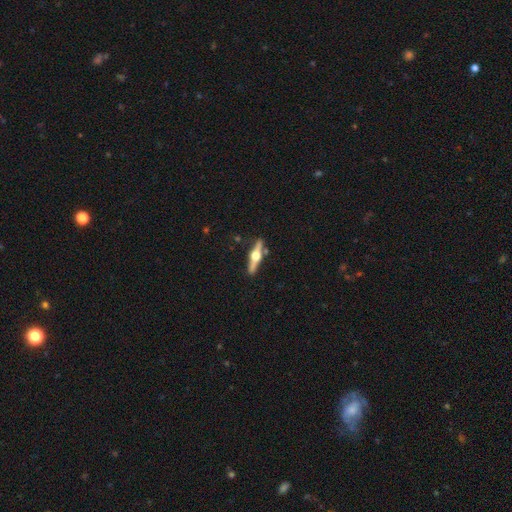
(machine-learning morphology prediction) type=featured or disk (77%); edge-on=yes (97%); edge-on bulge=rounded (96%); merging=none (86%).